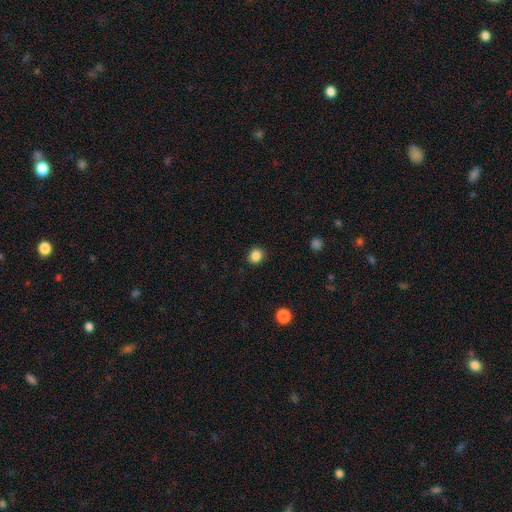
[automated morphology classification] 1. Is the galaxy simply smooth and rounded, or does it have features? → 86% smooth, 11% star or artifact, 3% featured or disk.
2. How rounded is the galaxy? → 83% round, 17% in between, 1% cigar-shaped.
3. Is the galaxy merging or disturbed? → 90% none, 7% minor disturbance, 2% major disturbance, 1% merger.